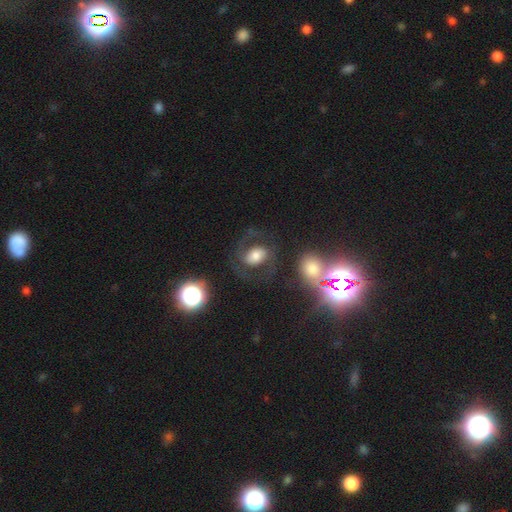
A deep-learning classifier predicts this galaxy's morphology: Smooth or featured?
  - featured or disk: 56% *
  - smooth: 34%
  - star or artifact: 10%
Edge-on disk?
  - no: 96% *
  - yes: 4%
Bar?
  - no: 48% *
  - weak: 31%
  - strong: 21%
Spiral arms?
  - yes: 78% *
  - no: 22%
Bulge size?
  - moderate: 49% *
  - large: 28%
  - small: 14%
  - dominant: 6%
  - none: 3%
Merging?
  - none: 65% *
  - major disturbance: 17%
  - minor disturbance: 14%
  - merger: 4%